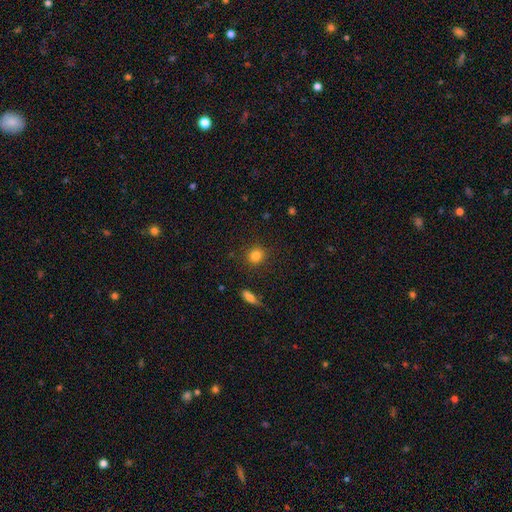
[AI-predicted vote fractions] Smooth or featured: smooth — 82% (star or artifact — 11%)
How rounded: round — 87% (in between — 11%)
Merging: none — 88% (minor disturbance — 7%)